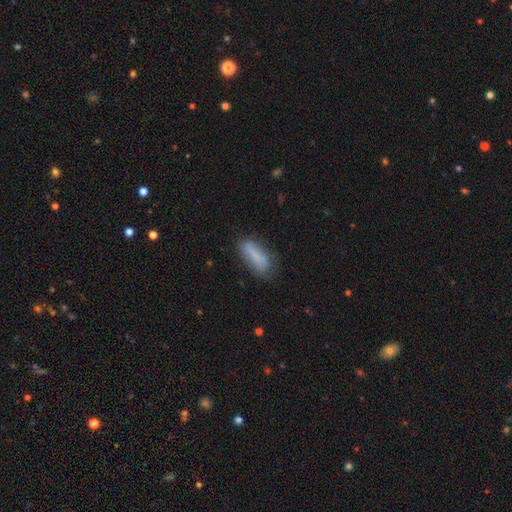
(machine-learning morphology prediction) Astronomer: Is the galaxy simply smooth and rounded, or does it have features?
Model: smooth — 75%.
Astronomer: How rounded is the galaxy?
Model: in between — 61% (runner-up: cigar-shaped, 37%).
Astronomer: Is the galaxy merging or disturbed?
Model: none — 66%.